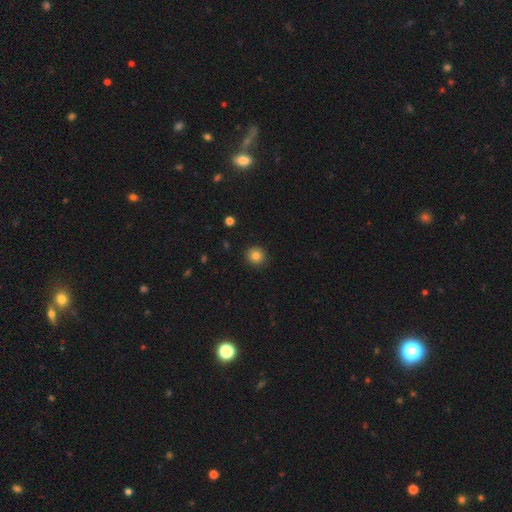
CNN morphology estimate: A smooth galaxy with no disk features (83%) that is round (92%). Merging: none (92%).